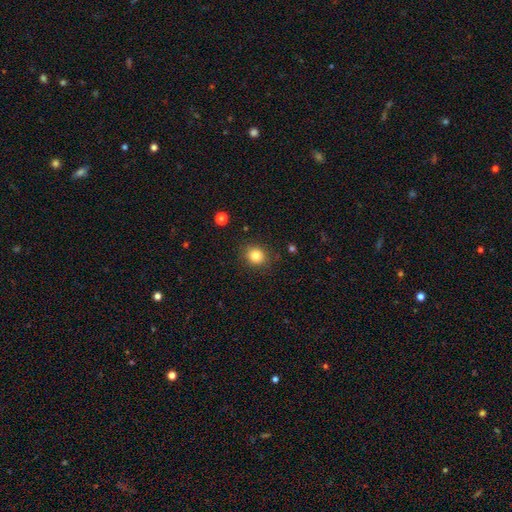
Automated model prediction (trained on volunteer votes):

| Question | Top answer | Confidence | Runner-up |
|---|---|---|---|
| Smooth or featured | smooth | 84% | star or artifact (11%) |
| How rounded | round | 75% | in between (25%) |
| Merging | none | 87% | minor disturbance (9%) |